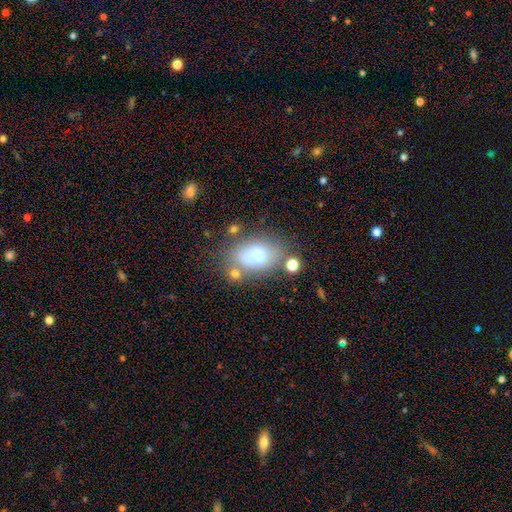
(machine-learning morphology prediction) type=smooth (57%); roundness=in between (84%); merging=none (42%).